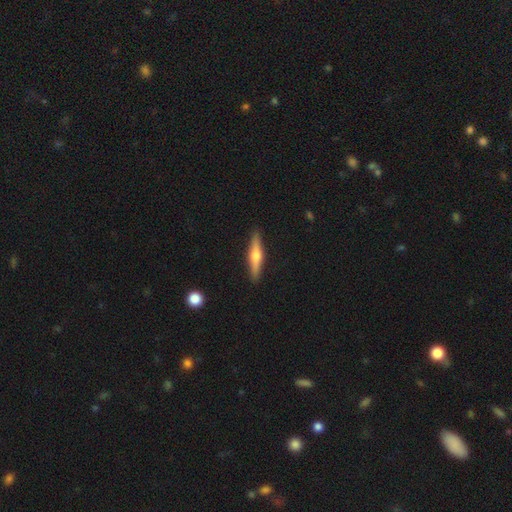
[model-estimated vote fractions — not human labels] Smooth or featured?
  - featured or disk: 54% *
  - smooth: 41%
  - star or artifact: 6%
Edge-on disk?
  - yes: 96% *
  - no: 4%
Edge-on bulge?
  - rounded: 89% *
  - boxy: 6%
  - none: 5%
Merging?
  - none: 90% *
  - minor disturbance: 7%
  - major disturbance: 1%
  - merger: 1%